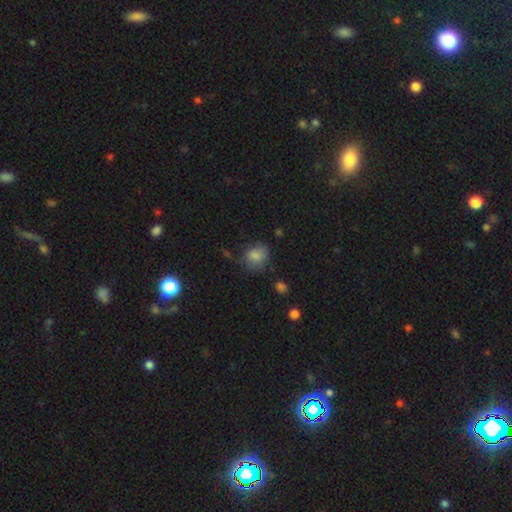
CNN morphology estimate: The model was most divided on "merging": none: 58%, minor disturbance: 27%, major disturbance: 12%, merger: 3%. More confident: smooth or featured — smooth (82%); how rounded — round (65%).